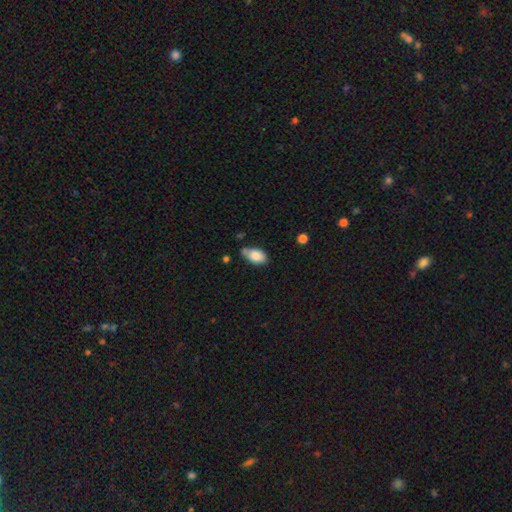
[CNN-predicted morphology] This is clearly a smooth galaxy (84%). How rounded: clearly in between (92%). Merging: likely none (62%).